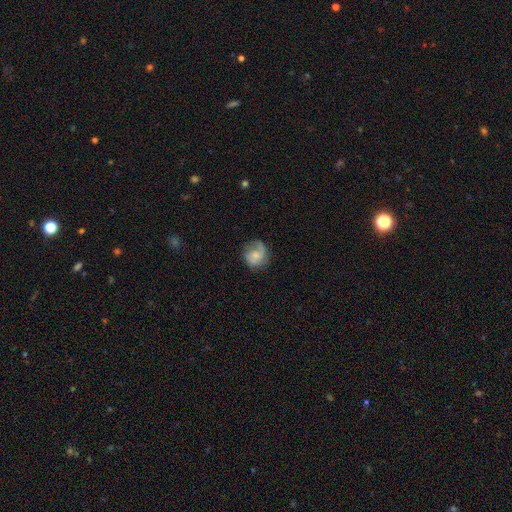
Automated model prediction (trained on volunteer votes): Smooth or featured? Predicted: featured or disk (p=0.56). Edge-on disk? Predicted: no (p=0.98). Bar? Predicted: no (p=0.67). Spiral arms? Predicted: yes (p=0.90). Bulge size? Predicted: small (p=0.46). Merging? Predicted: none (p=0.68).